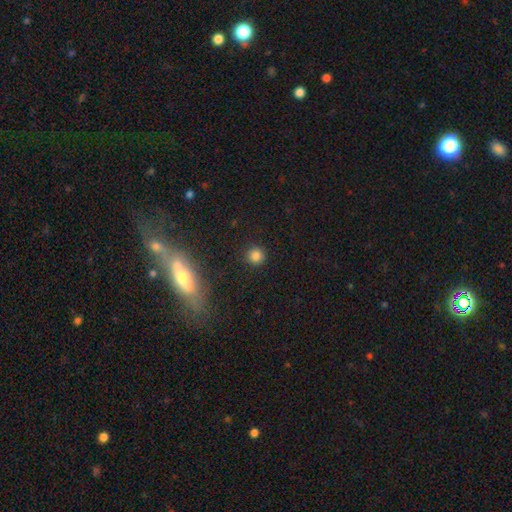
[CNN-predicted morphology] Smooth or featured?
  - smooth: 81% *
  - star or artifact: 14%
  - featured or disk: 5%
How rounded?
  - round: 93% *
  - in between: 6%
  - cigar-shaped: 1%
Merging?
  - none: 90% *
  - minor disturbance: 6%
  - major disturbance: 2%
  - merger: 2%